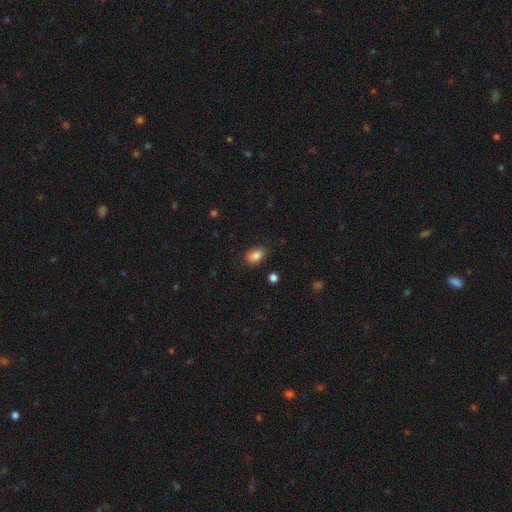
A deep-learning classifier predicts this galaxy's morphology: The model was most divided on "merging": none: 80%, minor disturbance: 15%, major disturbance: 3%, merger: 2%. More confident: smooth or featured — smooth (85%); how rounded — in between (84%).